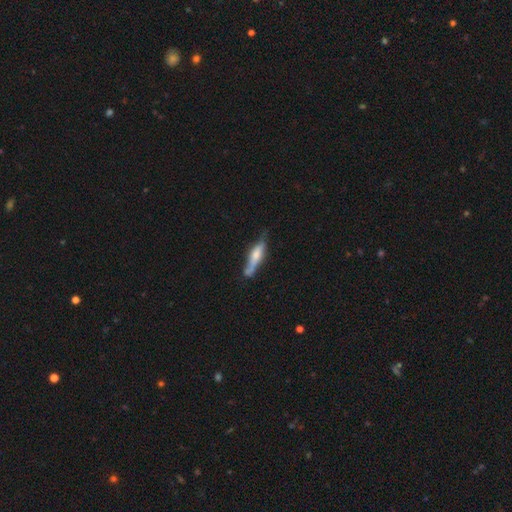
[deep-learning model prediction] This is possibly a smooth galaxy (52%). How rounded: likely cigar-shaped (76%). Merging: possibly none (51%).